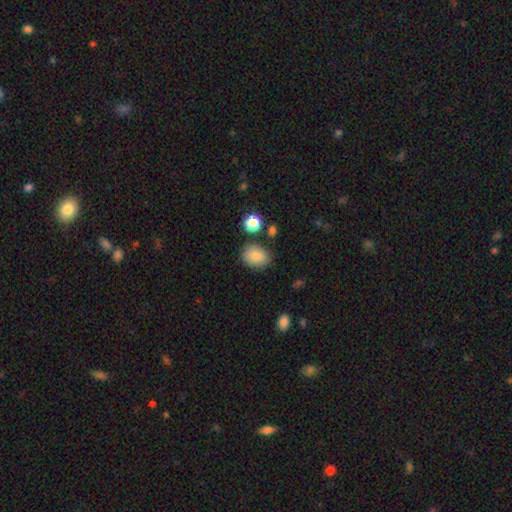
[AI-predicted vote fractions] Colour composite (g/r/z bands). It shows a smooth galaxy with no disk features (83%) that is in between round and cigar-shaped (67%). Merging: none (76%).